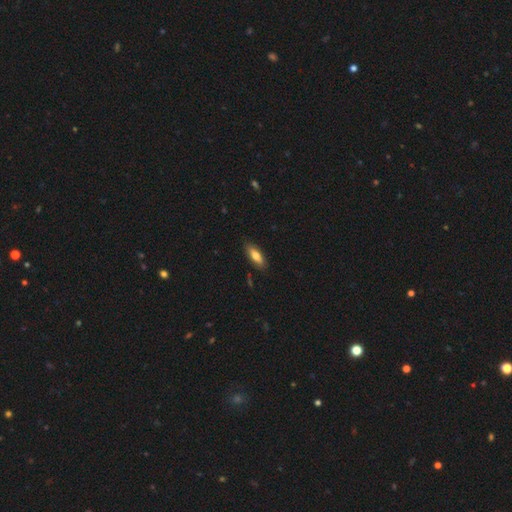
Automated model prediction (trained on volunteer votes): This appears to be a smooth galaxy with no disk features (73%) that is in between round and cigar-shaped (73%). Merging: none (84%).